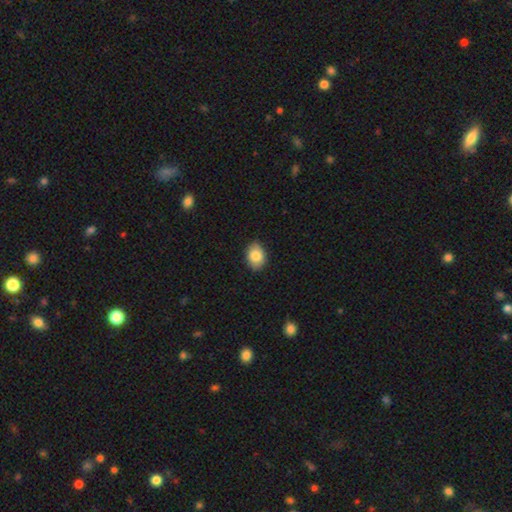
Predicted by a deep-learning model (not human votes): Smooth or featured: smooth — 85% (featured or disk — 8%)
How rounded: in between — 75% (round — 24%)
Merging: none — 88% (minor disturbance — 9%)